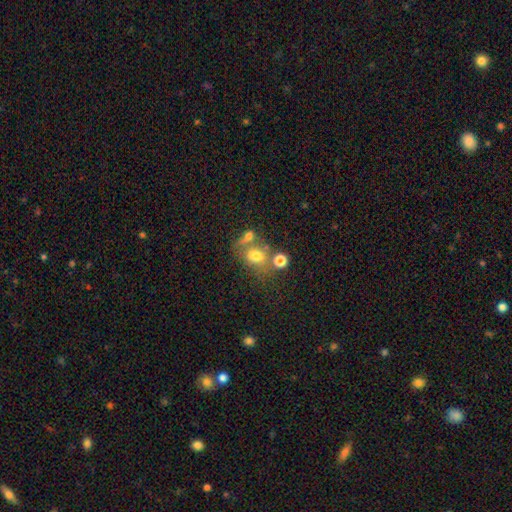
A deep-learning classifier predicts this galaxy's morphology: Smooth or featured? smooth (68%)
How rounded? round (51%)
Merging? none (44%)